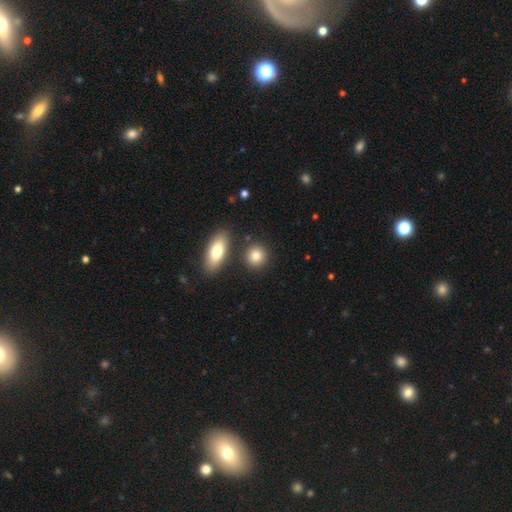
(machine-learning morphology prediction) Smooth or featured? smooth (82%)
How rounded? round (79%)
Merging? none (81%)